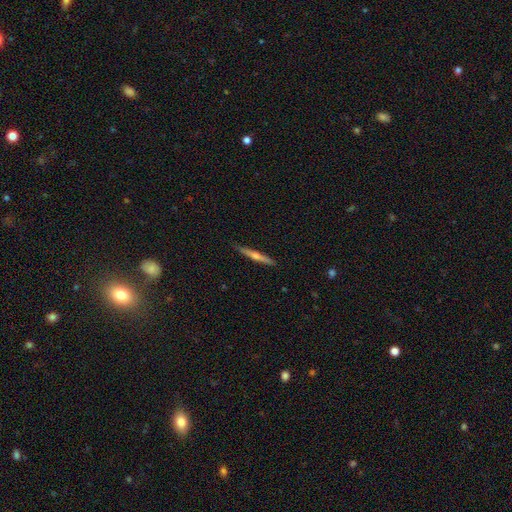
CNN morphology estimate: A featured or disk galaxy (66%) viewed edge-on (98%) with a rounded central bulge (81%).

Vote fractions:
- Smooth or featured? featured or disk: 66% / smooth: 27% / star or artifact: 6%
- Edge-on disk? yes: 98% / no: 2%
- Edge-on bulge? rounded: 81% / none: 15% / boxy: 4%
- Merging? none: 91% / minor disturbance: 7% / major disturbance: 1% / merger: 1%